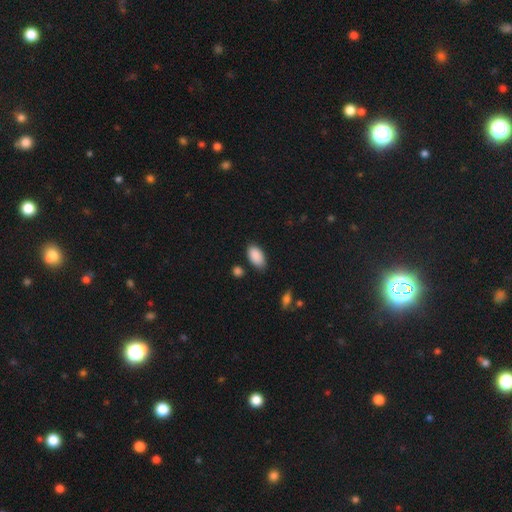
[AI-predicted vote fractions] smooth 90%, star or artifact 7%, featured or disk 4%. Down the decision tree: how rounded — in between (94%); merging — none (80%).